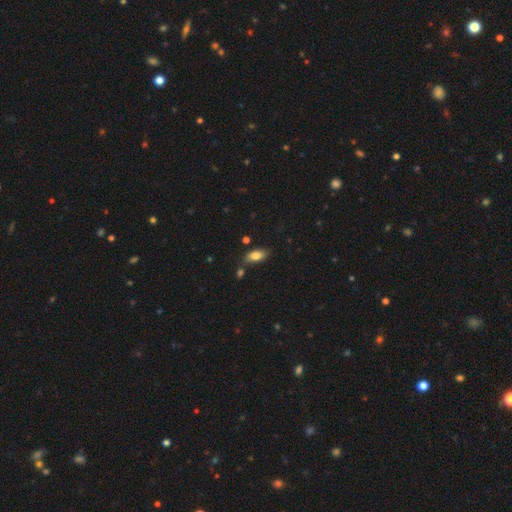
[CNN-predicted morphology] Overall: smooth (81%). How rounded: in between (88%). Merging: none (75%).